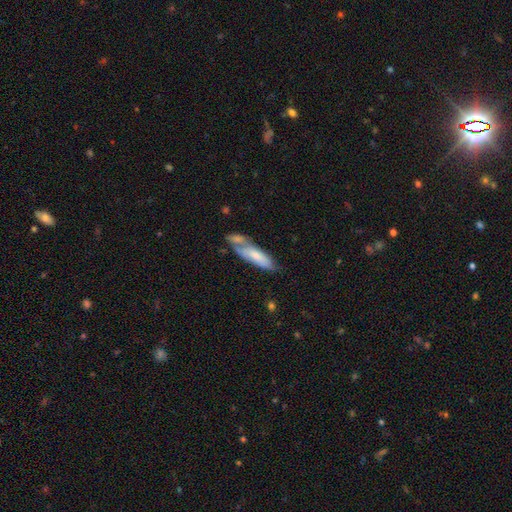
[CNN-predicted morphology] This is likely a smooth galaxy (64%). How rounded: possibly cigar-shaped (50%). Merging: marginally merger (38%).